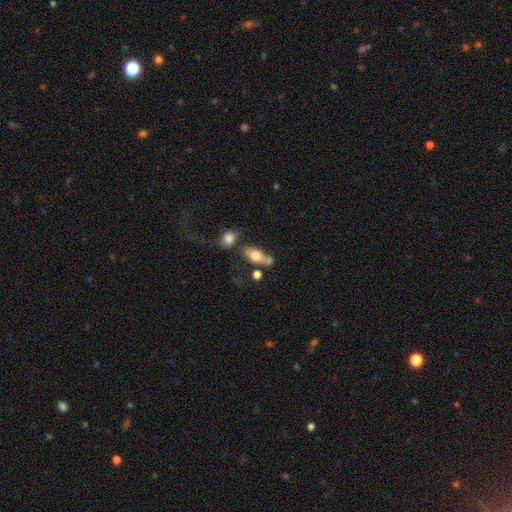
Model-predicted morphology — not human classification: Smooth or featured? Predicted: smooth (p=0.69). How rounded? Predicted: in between (p=0.81). Merging? Predicted: none (p=0.48).